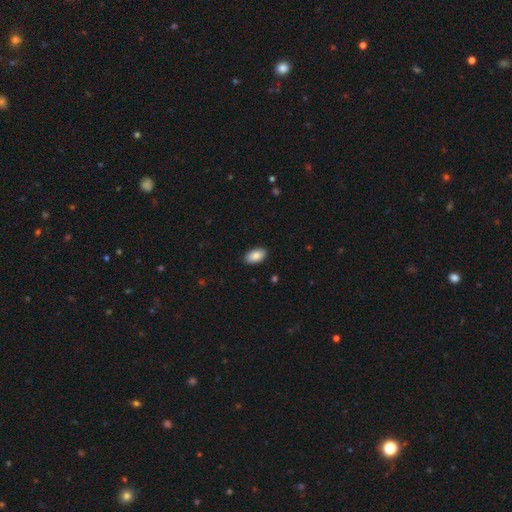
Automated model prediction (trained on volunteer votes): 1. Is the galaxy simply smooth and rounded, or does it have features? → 87% smooth, 7% featured or disk, 7% star or artifact.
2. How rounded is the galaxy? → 95% in between, 3% round, 2% cigar-shaped.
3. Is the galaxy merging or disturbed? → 90% none, 7% minor disturbance, 2% major disturbance, 1% merger.